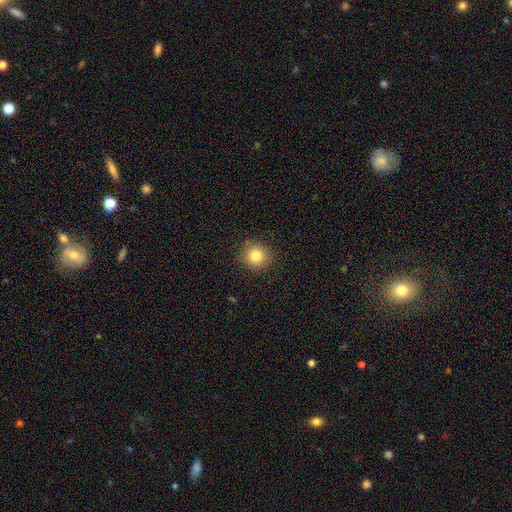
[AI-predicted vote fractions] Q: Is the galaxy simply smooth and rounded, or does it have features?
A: smooth — 81%.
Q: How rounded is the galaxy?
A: round — 92%.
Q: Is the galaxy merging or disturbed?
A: none — 89%.